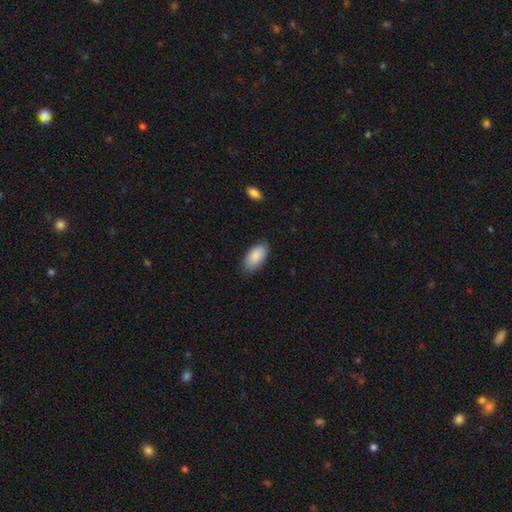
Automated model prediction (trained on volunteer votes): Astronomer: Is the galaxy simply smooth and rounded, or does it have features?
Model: smooth — 89%.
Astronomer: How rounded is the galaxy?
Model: in between — 95%.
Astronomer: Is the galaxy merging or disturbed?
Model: none — 80%.